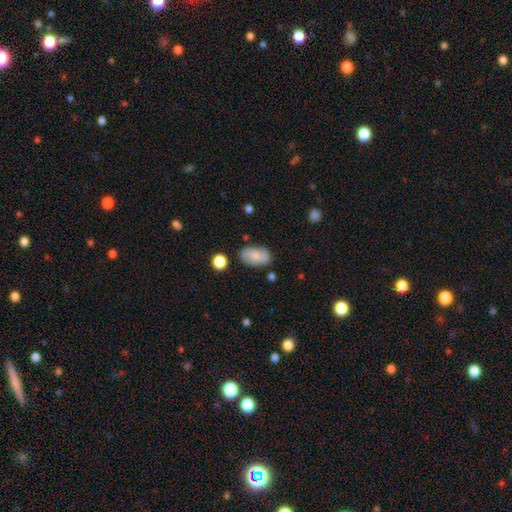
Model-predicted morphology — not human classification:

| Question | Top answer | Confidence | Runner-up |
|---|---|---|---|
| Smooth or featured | smooth | 66% | featured or disk (26%) |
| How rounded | in between | 90% | round (8%) |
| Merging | none | 75% | minor disturbance (18%) |